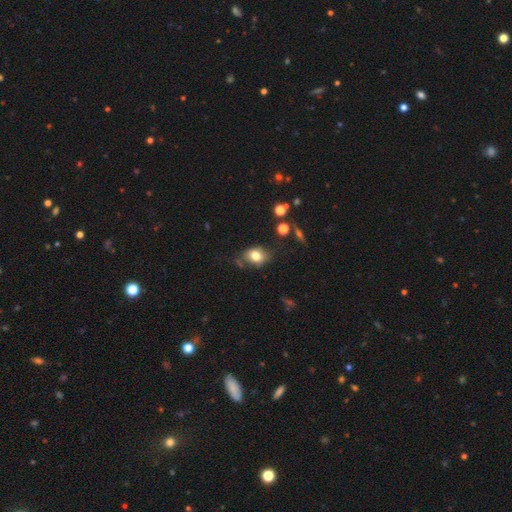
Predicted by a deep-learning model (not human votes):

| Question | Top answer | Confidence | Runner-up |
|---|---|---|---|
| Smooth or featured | smooth | 77% | featured or disk (13%) |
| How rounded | in between | 67% | round (32%) |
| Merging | none | 63% | minor disturbance (24%) |